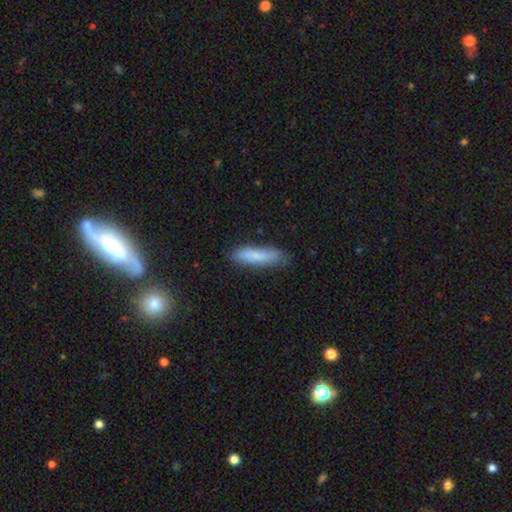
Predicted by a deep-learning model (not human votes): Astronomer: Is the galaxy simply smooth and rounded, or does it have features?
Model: smooth — 77%.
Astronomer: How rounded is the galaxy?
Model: cigar-shaped — 75%.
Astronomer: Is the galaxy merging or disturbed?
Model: none — 74%.